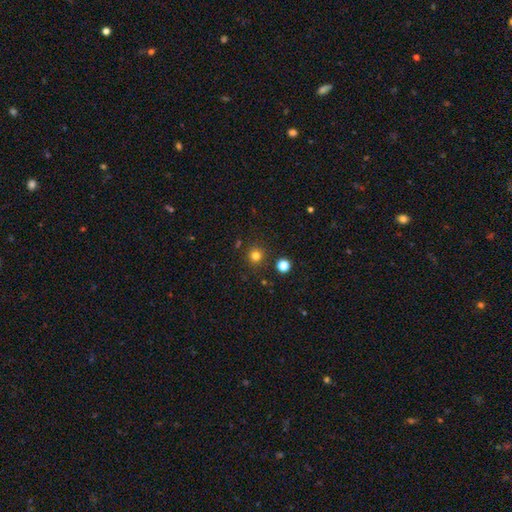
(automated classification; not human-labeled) smooth-or-featured: smooth: 79% | star or artifact: 16% | featured or disk: 5%
  how-rounded: round: 94% | in between: 5% | cigar-shaped: 1%
  merging: none: 88% | minor disturbance: 6% | merger: 3% | major disturbance: 2%